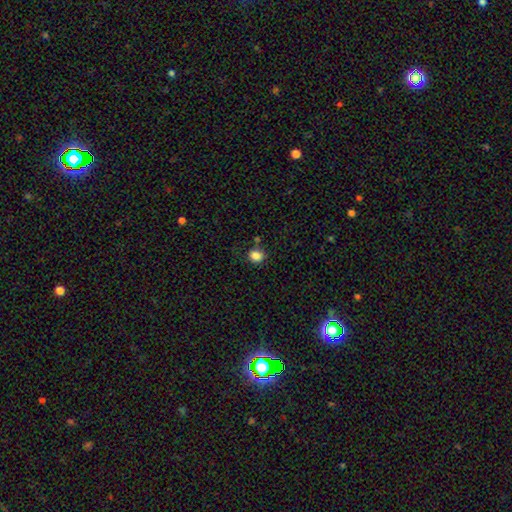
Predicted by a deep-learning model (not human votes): smooth 85%, star or artifact 11%, featured or disk 4%. Down the decision tree: how rounded — round (61%); merging — none (74%).